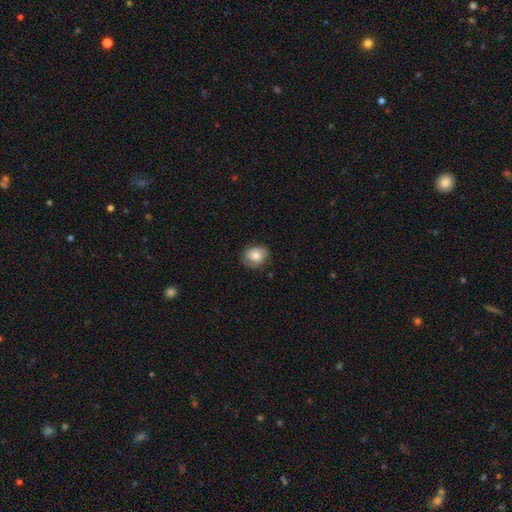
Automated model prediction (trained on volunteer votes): Smooth or featured? Predicted: smooth (p=0.63). How rounded? Predicted: round (p=0.58). Merging? Predicted: none (p=0.75).